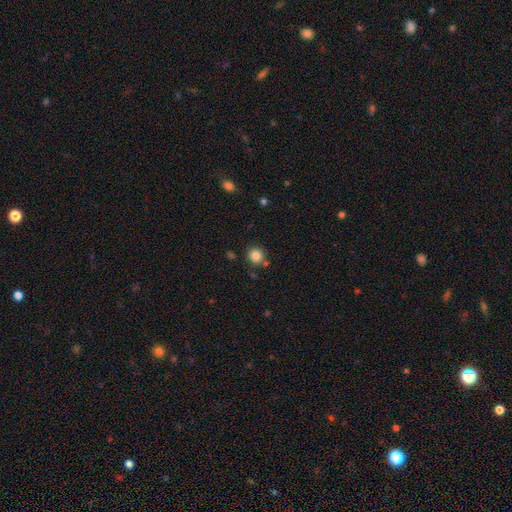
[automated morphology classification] Smooth or featured? smooth (84%)
How rounded? round (92%)
Merging? none (82%)